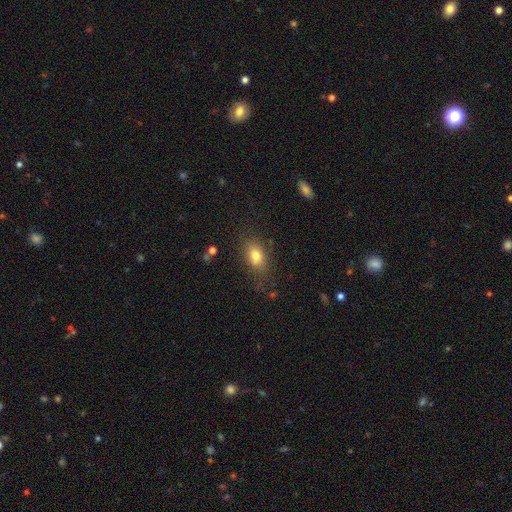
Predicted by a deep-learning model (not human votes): Morphology: type=smooth (77%); roundness=in between (78%); merging=none (73%).